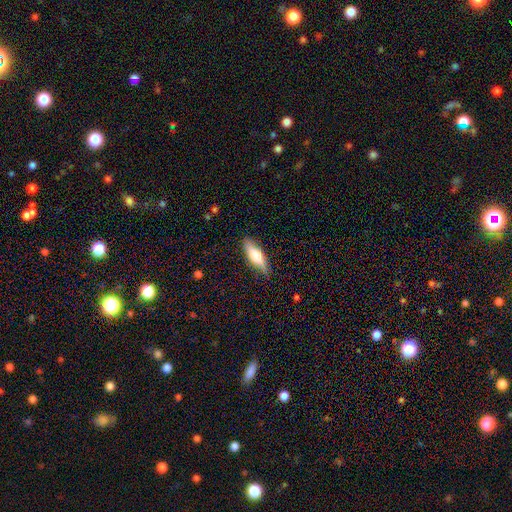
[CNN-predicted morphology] Smooth or featured: smooth — 64% (featured or disk — 30%)
How rounded: in between — 56% (cigar-shaped — 42%)
Merging: none — 82% (minor disturbance — 14%)